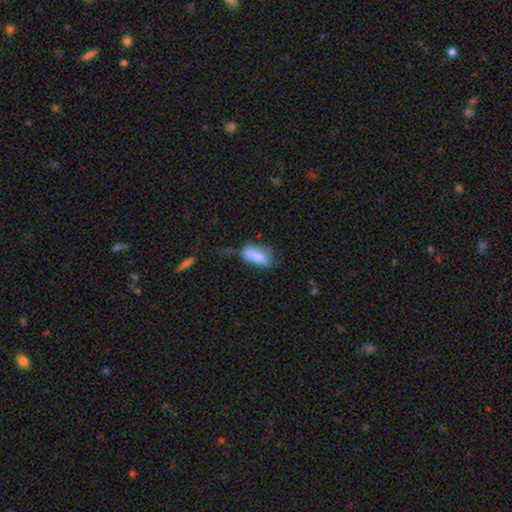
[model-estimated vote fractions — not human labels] A smooth galaxy with no disk features (81%) that is in between round and cigar-shaped (85%). Merging: none (42%).